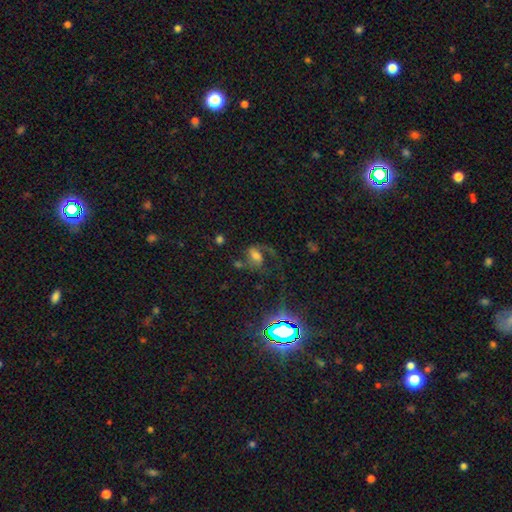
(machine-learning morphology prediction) A featured or disk galaxy (46%).

Vote fractions:
- Smooth or featured? featured or disk: 46% / smooth: 32% / star or artifact: 22%
- Merging? none: 41% / major disturbance: 33% / minor disturbance: 18% / merger: 8%